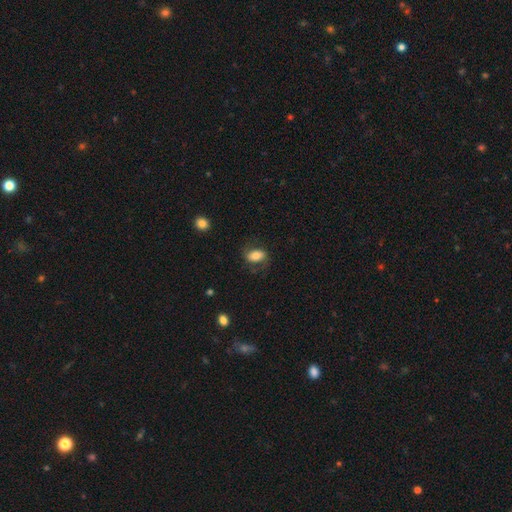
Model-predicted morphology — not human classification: smooth-or-featured: smooth: 68% | featured or disk: 25% | star or artifact: 7%
  how-rounded: in between: 86% | round: 11% | cigar-shaped: 3%
  merging: none: 69% | minor disturbance: 18% | major disturbance: 11% | merger: 1%